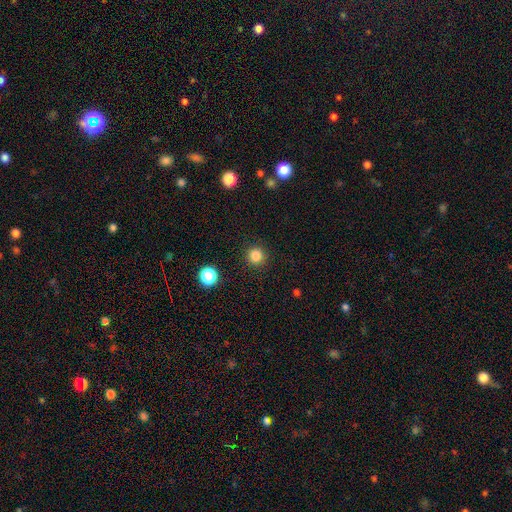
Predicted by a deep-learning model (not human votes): Overall: smooth (84%). How rounded: round (95%). Merging: none (92%).